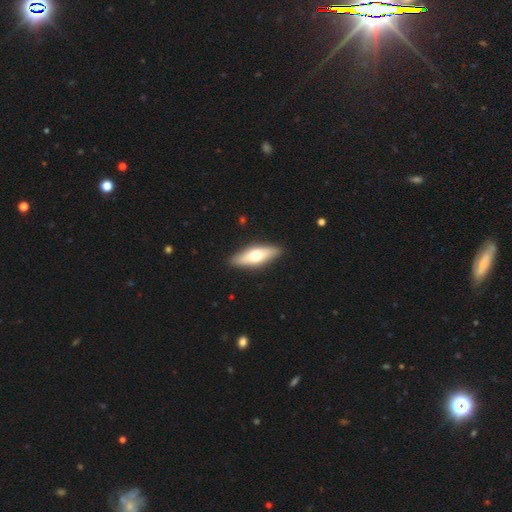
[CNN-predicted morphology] Smooth or featured? smooth (54%)
How rounded? in between (57%)
Merging? none (89%)